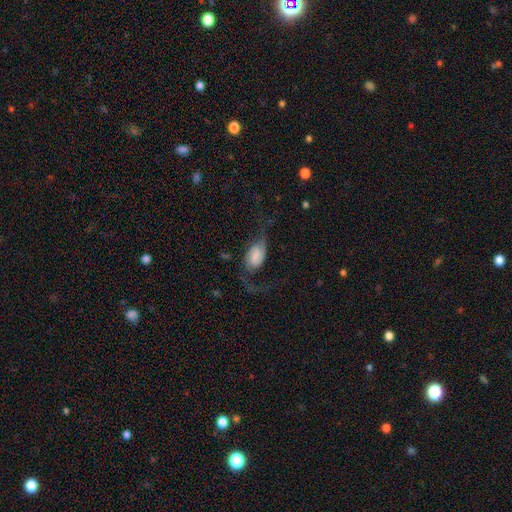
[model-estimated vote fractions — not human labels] featured or disk 68%, smooth 25%, star or artifact 8%. Down the decision tree: edge-on disk — no (96%); bar — weak (45%); spiral arms — yes (91%); spiral arm count — 2 (90%); spiral winding — loose (73%); bulge size — none (31%); merging — none (46%).